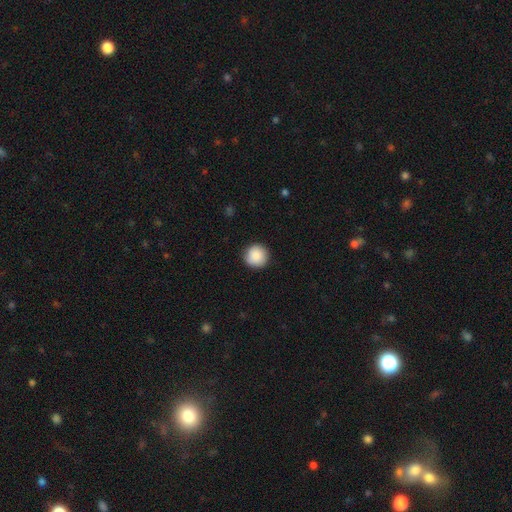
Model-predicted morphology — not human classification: A smooth galaxy with no disk features (89%) that is round (96%). Merging: none (91%).